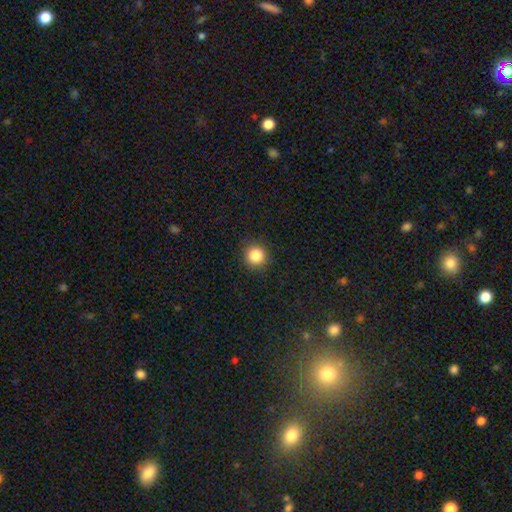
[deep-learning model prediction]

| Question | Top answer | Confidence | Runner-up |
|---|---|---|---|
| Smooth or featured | smooth | 86% | star or artifact (10%) |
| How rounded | round | 94% | in between (5%) |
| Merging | none | 91% | minor disturbance (6%) |